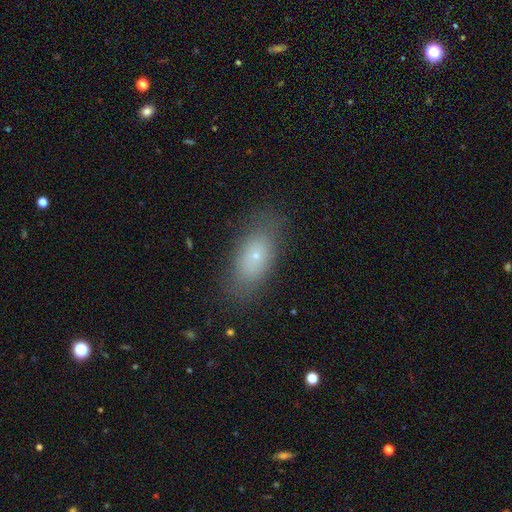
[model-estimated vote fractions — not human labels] smooth-or-featured: smooth: 68% | featured or disk: 20% | star or artifact: 11%
  how-rounded: in between: 84% | round: 8% | cigar-shaped: 8%
  merging: none: 80% | minor disturbance: 13% | major disturbance: 6% | merger: 1%